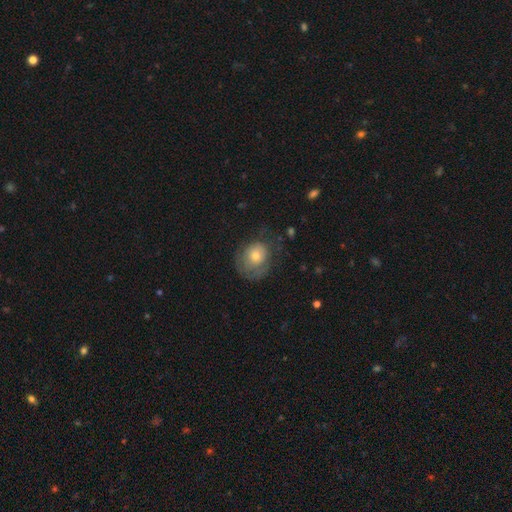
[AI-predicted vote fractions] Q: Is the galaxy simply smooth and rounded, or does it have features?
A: smooth — 59%.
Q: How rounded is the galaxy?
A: round — 68%.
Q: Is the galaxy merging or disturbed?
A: none — 55%.